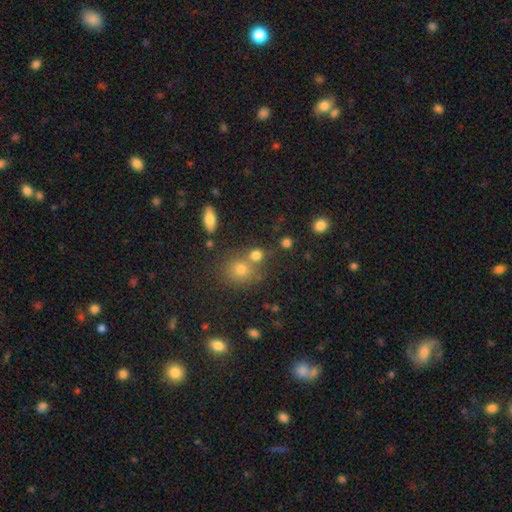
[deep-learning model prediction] smooth_or_featured: smooth (p=0.74) [alt: star or artifact p=0.17]
how_rounded: round (p=0.77) [alt: in between p=0.21]
merging: none (p=0.57) [alt: merger p=0.29]